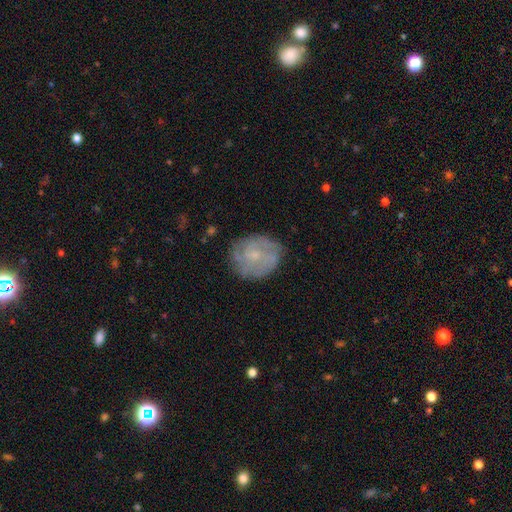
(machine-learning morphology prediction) Smooth or featured? featured or disk (63%)
Edge-on disk? no (97%)
Bar? no (67%)
Spiral arms? yes (79%)
Bulge size? small (61%)
Merging? none (75%)